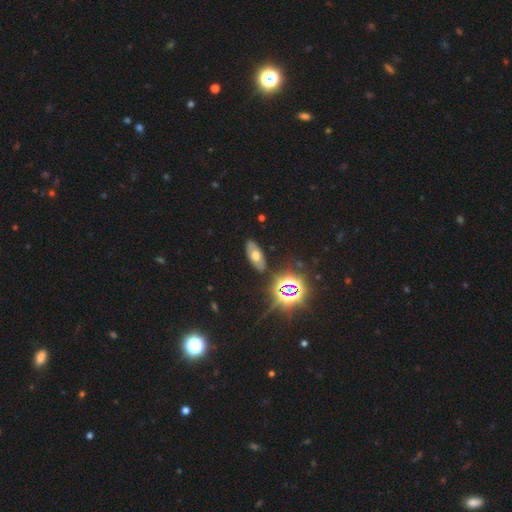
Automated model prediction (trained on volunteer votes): Smooth or featured? Predicted: smooth (p=0.44). Merging? Predicted: none (p=0.83).